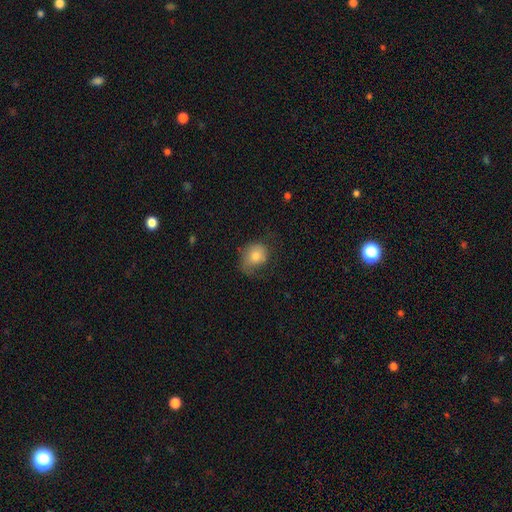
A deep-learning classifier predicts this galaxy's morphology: Smooth or featured? Predicted: smooth (p=0.69). How rounded? Predicted: round (p=0.59). Merging? Predicted: none (p=0.47).